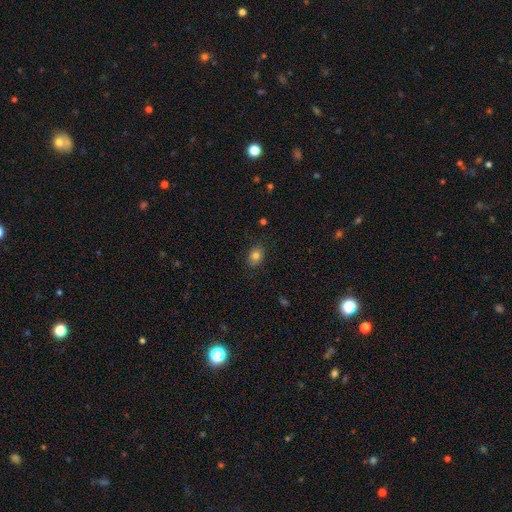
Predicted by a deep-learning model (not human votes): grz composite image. It shows a smooth galaxy with no disk features (80%) that is in between round and cigar-shaped (67%). Merging: none (86%).